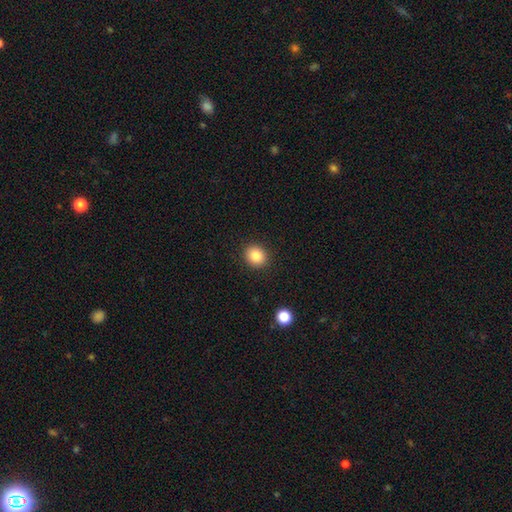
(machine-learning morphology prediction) A smooth galaxy with no disk features (86%) that is round (71%). Merging: none (90%).